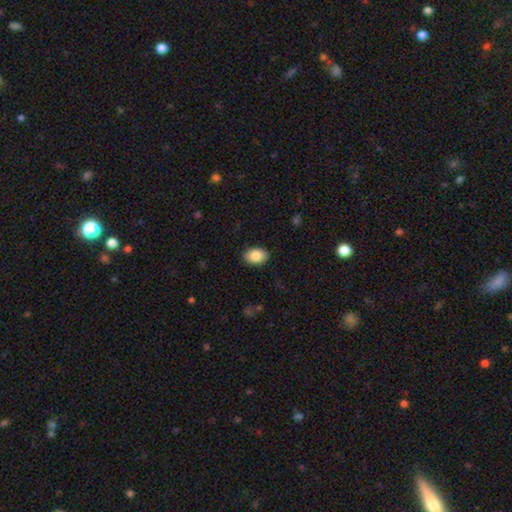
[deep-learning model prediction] smooth 87%, star or artifact 7%, featured or disk 6%. Down the decision tree: how rounded — in between (81%); merging — none (88%).